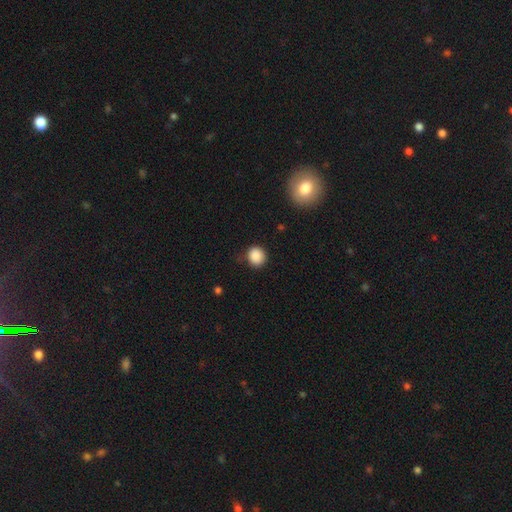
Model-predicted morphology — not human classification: type=smooth (87%); roundness=round (85%); merging=none (83%).